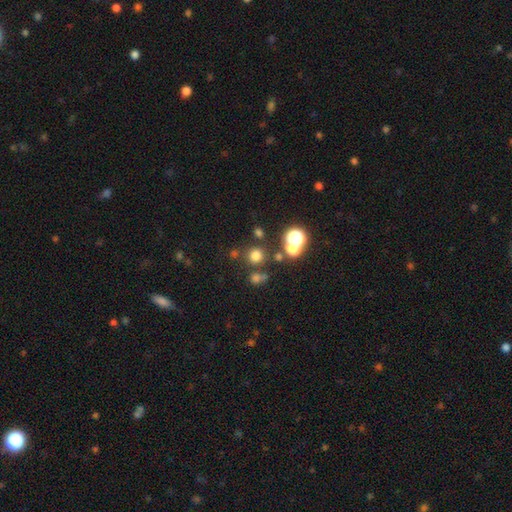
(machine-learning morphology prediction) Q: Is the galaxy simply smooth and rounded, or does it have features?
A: smooth — 70%.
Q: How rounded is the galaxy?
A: round — 91%.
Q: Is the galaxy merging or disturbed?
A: none — 76%.